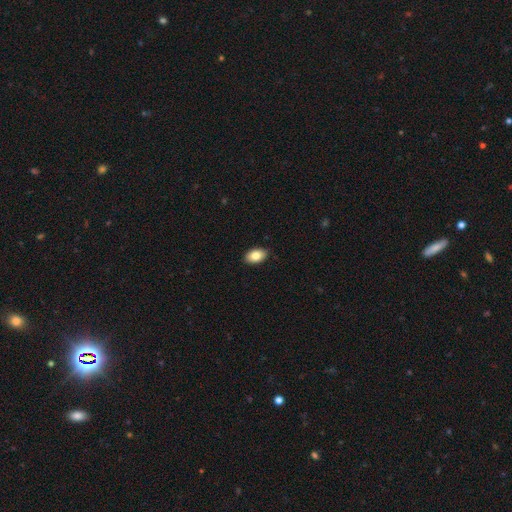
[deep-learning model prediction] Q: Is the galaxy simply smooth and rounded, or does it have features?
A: smooth — 84%.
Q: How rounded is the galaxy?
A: in between — 91%.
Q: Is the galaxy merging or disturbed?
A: none — 89%.